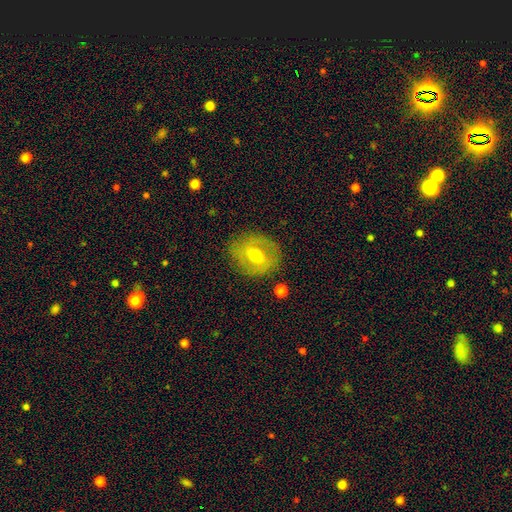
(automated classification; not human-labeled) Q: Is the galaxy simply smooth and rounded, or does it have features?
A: featured or disk — 49%.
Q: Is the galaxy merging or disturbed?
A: none — 80%.